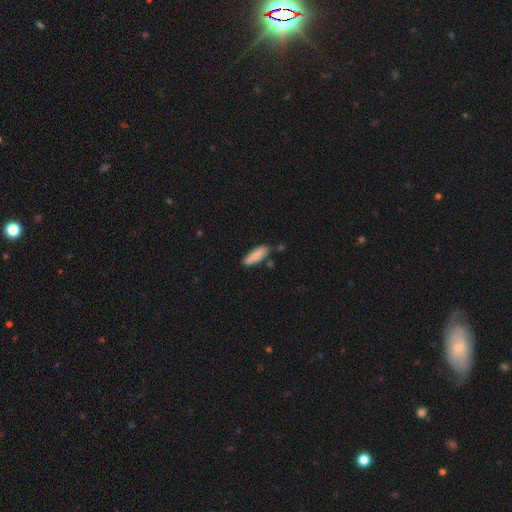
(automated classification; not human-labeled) Smooth or featured?
  - smooth: 84% *
  - featured or disk: 10%
  - star or artifact: 6%
How rounded?
  - in between: 51% *
  - cigar-shaped: 47%
  - round: 2%
Merging?
  - none: 77% *
  - minor disturbance: 15%
  - merger: 5%
  - major disturbance: 3%